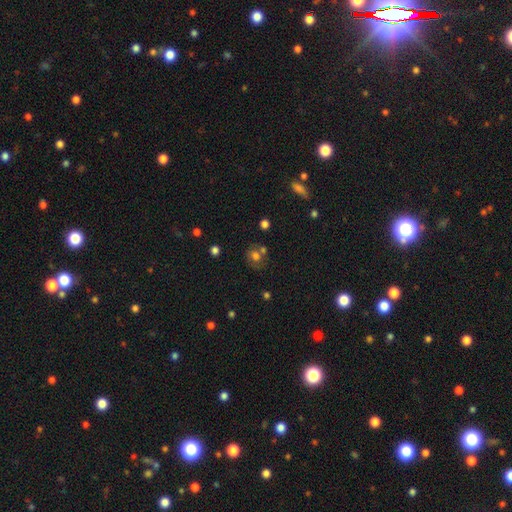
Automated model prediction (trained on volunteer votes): A smooth galaxy with no disk features (64%) that is round (70%). Merging: none (55%).